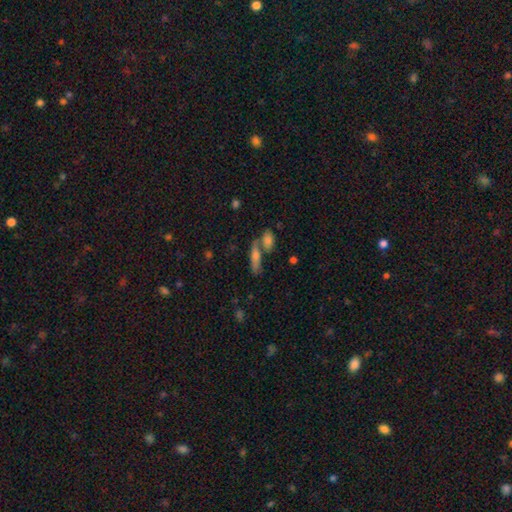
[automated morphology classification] type=smooth (50%); roundness=cigar-shaped (59%); merging=none (50%).